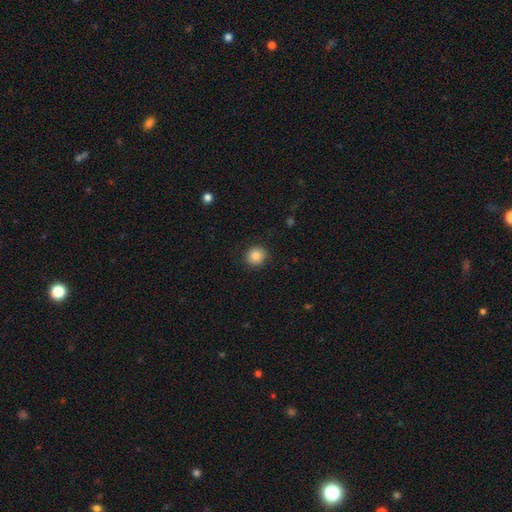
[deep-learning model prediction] smooth 86%, star or artifact 9%, featured or disk 5%. Down the decision tree: how rounded — round (89%); merging — none (90%).